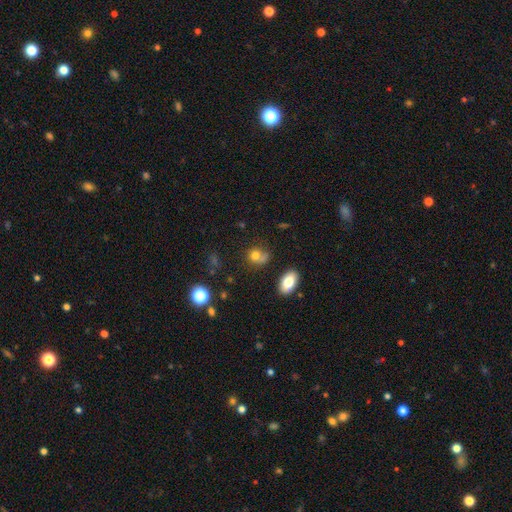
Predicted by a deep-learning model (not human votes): Q: Smooth or featured?
A: smooth (75%); runner-up: star or artifact (13%)
Q: How rounded?
A: round (64%); runner-up: in between (35%)
Q: Merging?
A: none (49%); runner-up: minor disturbance (21%)